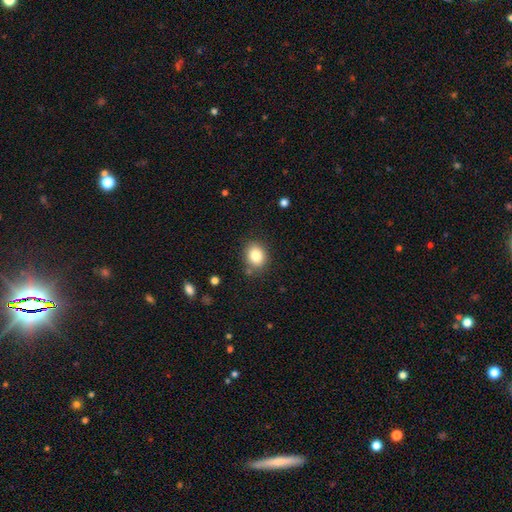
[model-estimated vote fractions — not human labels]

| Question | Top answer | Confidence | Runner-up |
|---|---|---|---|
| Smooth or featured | smooth | 84% | star or artifact (10%) |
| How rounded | round | 56% | in between (43%) |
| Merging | none | 82% | minor disturbance (11%) |